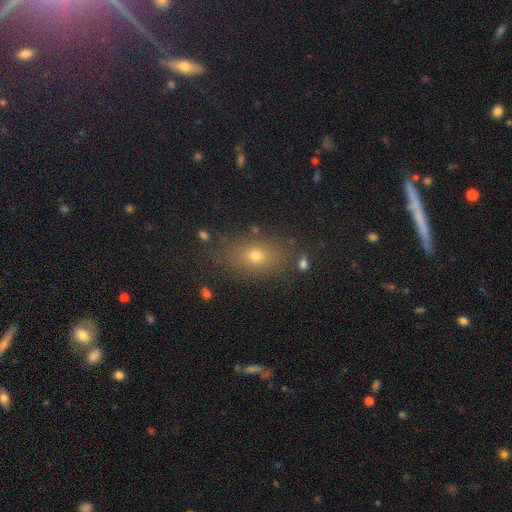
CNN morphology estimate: type=smooth (60%); roundness=in between (65%); merging=none (83%).